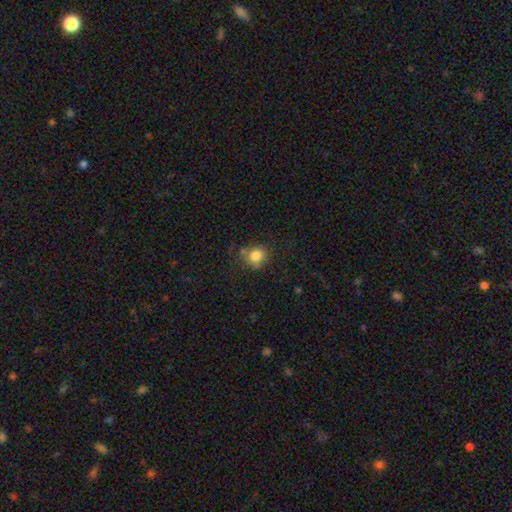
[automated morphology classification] Smooth or featured? smooth (82%)
How rounded? round (80%)
Merging? none (70%)